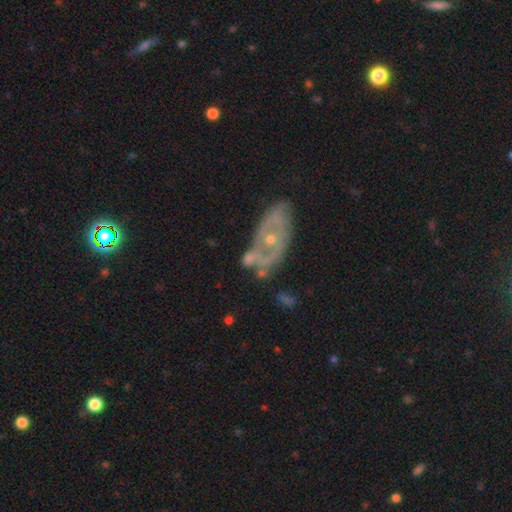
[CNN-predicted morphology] Smooth or featured? featured or disk (74%)
Edge-on disk? no (92%)
Bar? no (80%)
Spiral arms? yes (56%)
Bulge size? moderate (49%)
Merging? none (45%)